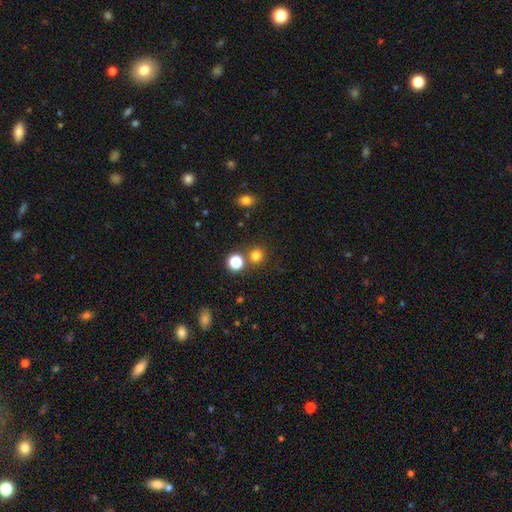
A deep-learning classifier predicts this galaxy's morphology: smooth-or-featured: smooth: 77% | star or artifact: 18% | featured or disk: 5%
  how-rounded: round: 90% | in between: 9% | cigar-shaped: 1%
  merging: none: 76% | merger: 14% | minor disturbance: 7% | major disturbance: 3%